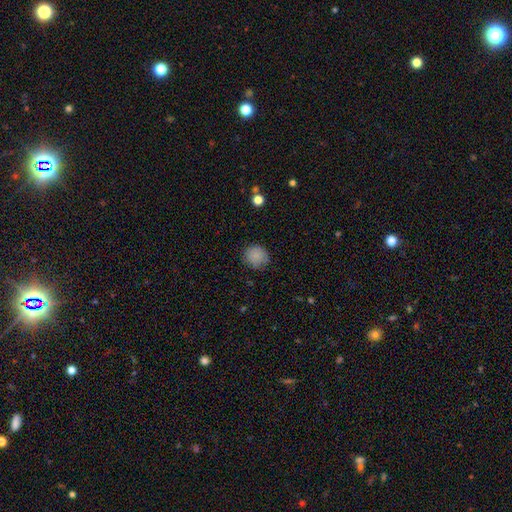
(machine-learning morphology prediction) The model was most divided on "merging": none: 82%, minor disturbance: 14%, major disturbance: 3%, merger: 1%. More confident: how rounded — round (87%); smooth or featured — smooth (86%).